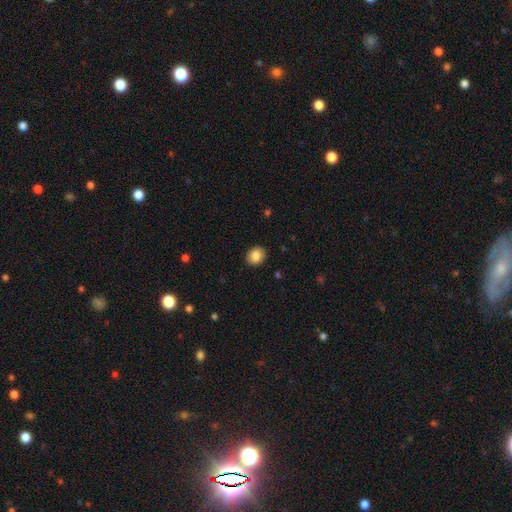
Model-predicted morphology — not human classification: Overall: smooth (86%). How rounded: round (58%; in between 41%). Merging: none (90%).